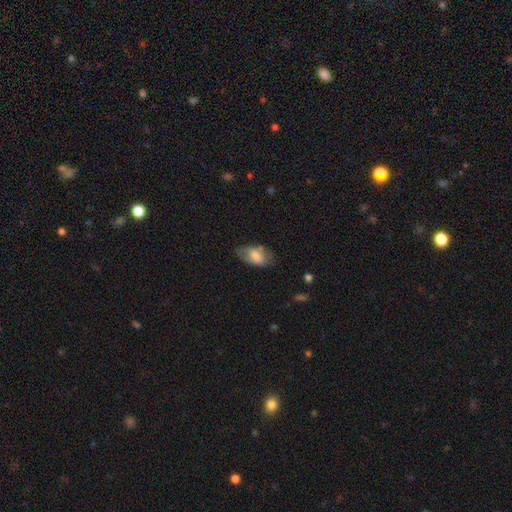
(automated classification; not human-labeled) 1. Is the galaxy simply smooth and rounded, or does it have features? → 69% smooth, 24% featured or disk, 7% star or artifact.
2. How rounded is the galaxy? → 92% in between, 5% round, 4% cigar-shaped.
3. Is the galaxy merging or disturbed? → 60% none, 26% minor disturbance, 10% major disturbance, 3% merger.